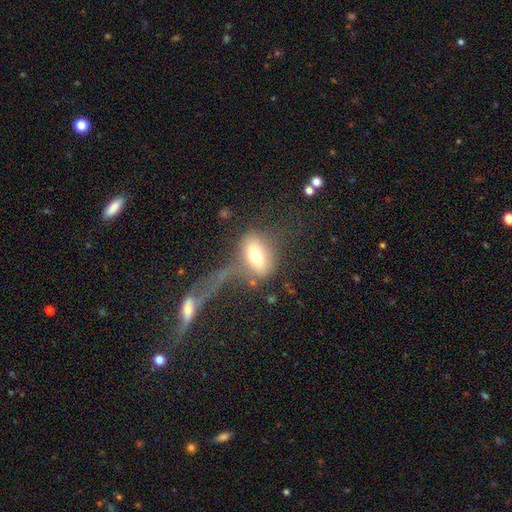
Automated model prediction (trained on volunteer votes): smooth 64%, featured or disk 28%, star or artifact 8%. Down the decision tree: how rounded — in between (84%); merging — major disturbance (43%).